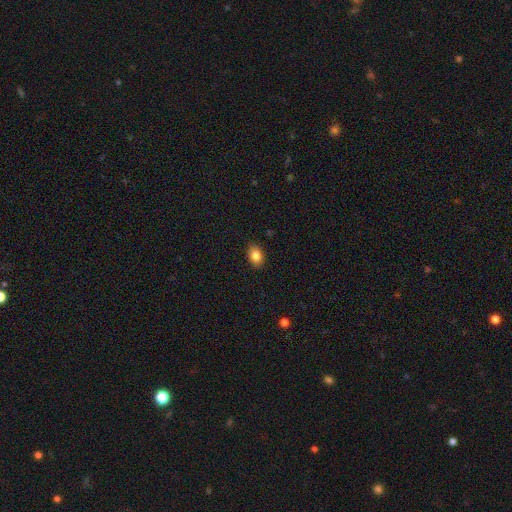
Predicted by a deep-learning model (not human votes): A smooth galaxy with no disk features (85%) that is in between round and cigar-shaped (79%).

Vote fractions:
- Smooth or featured? smooth: 85% / star or artifact: 9% / featured or disk: 6%
- How rounded? in between: 79% / round: 20% / cigar-shaped: 1%
- Merging? none: 88% / minor disturbance: 9% / major disturbance: 2% / merger: 1%